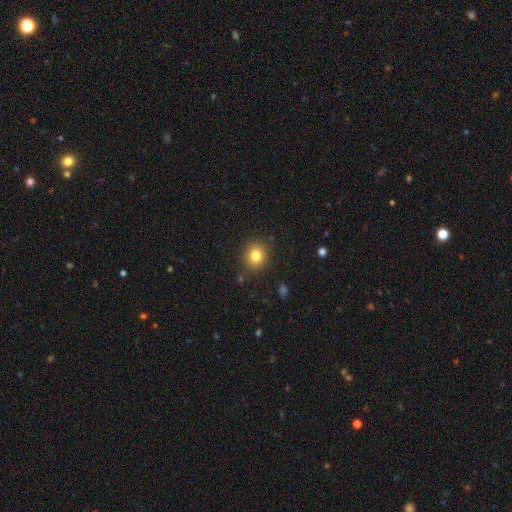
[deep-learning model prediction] Q: Smooth or featured?
A: smooth (81%); runner-up: star or artifact (11%)
Q: How rounded?
A: round (79%); runner-up: in between (20%)
Q: Merging?
A: none (88%); runner-up: minor disturbance (8%)